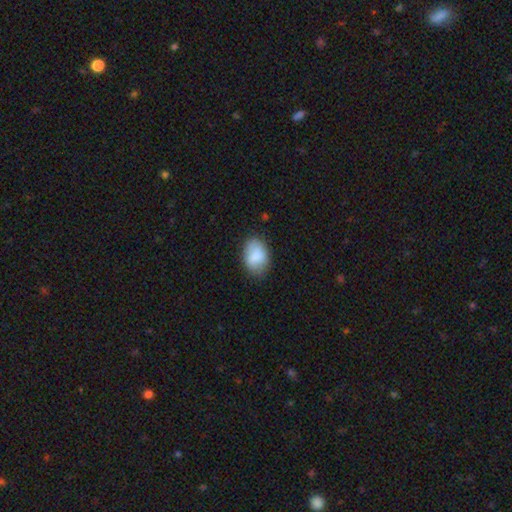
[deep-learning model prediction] A smooth galaxy with no disk features (83%) that is in between round and cigar-shaped (82%). Merging: none (74%).